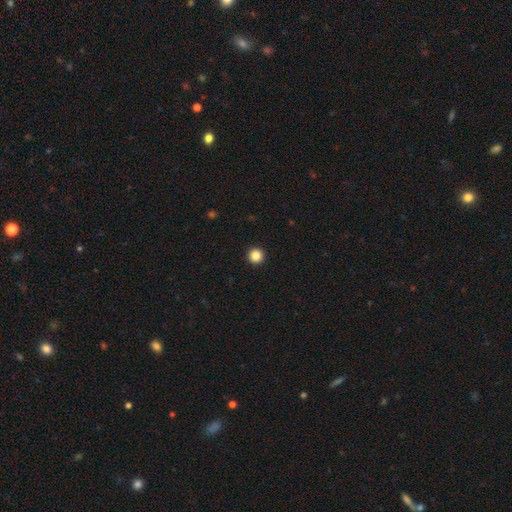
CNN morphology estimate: Smooth or featured?
  - smooth: 86% *
  - star or artifact: 11%
  - featured or disk: 4%
How rounded?
  - round: 96% *
  - in between: 3%
  - cigar-shaped: 1%
Merging?
  - none: 94% *
  - minor disturbance: 3%
  - major disturbance: 1%
  - merger: 1%